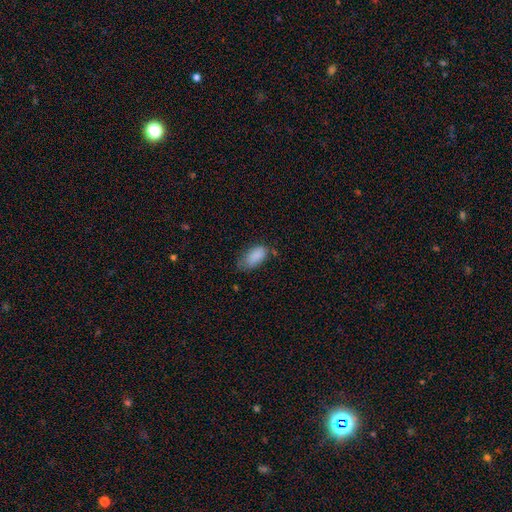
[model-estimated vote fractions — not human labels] The model was most divided on "merging": none: 49%, minor disturbance: 37%, major disturbance: 11%, merger: 3%. More confident: how rounded — in between (93%); smooth or featured — smooth (86%).